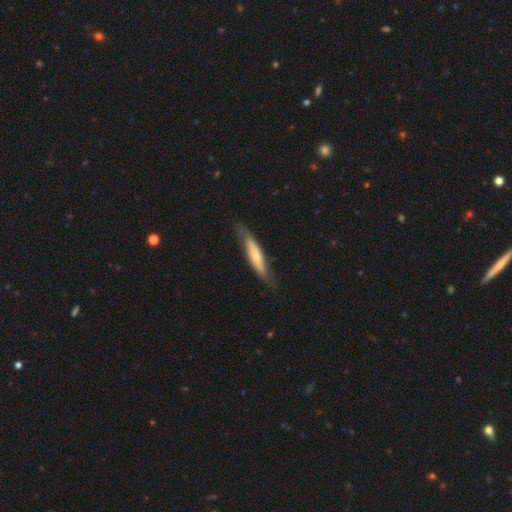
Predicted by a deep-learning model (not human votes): A featured or disk galaxy (50%) viewed edge-on (74%).

Vote fractions:
- Smooth or featured? featured or disk: 50% / smooth: 45% / star or artifact: 5%
- Edge-on disk? yes: 74% / no: 26%
- Merging? none: 73% / minor disturbance: 21% / major disturbance: 5% / merger: 1%